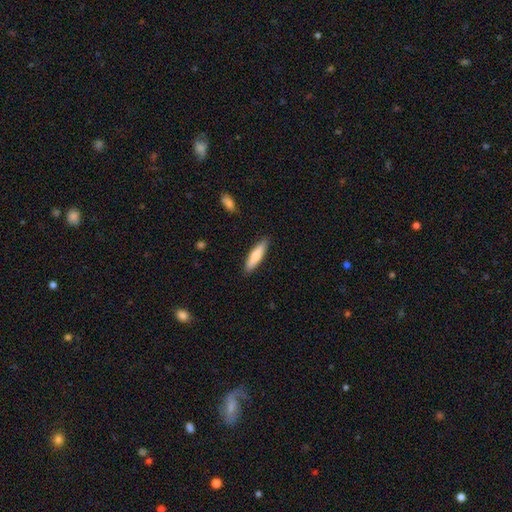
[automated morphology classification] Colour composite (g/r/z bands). It shows a smooth galaxy with no disk features (76%) that is cigar-shaped (73%). Merging: none (88%).